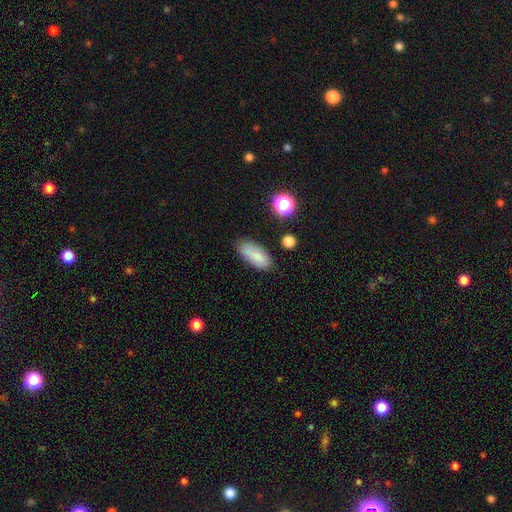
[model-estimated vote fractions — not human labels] Smooth or featured? Predicted: smooth (p=0.82). How rounded? Predicted: in between (p=0.81). Merging? Predicted: none (p=0.75).